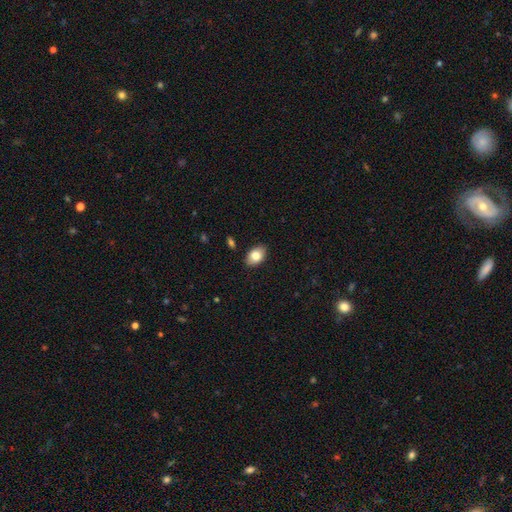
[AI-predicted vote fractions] A smooth galaxy with no disk features (81%) that is in between round and cigar-shaped (86%).

Vote fractions:
- Smooth or featured? smooth: 81% / featured or disk: 11% / star or artifact: 8%
- How rounded? in between: 86% / round: 13% / cigar-shaped: 1%
- Merging? none: 86% / minor disturbance: 10% / major disturbance: 2% / merger: 1%